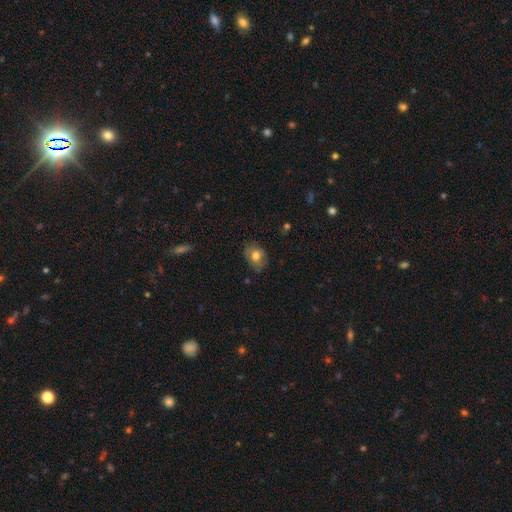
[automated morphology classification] Overall: smooth (68%). How rounded: in between (62%; round 37%). Merging: none (71%).